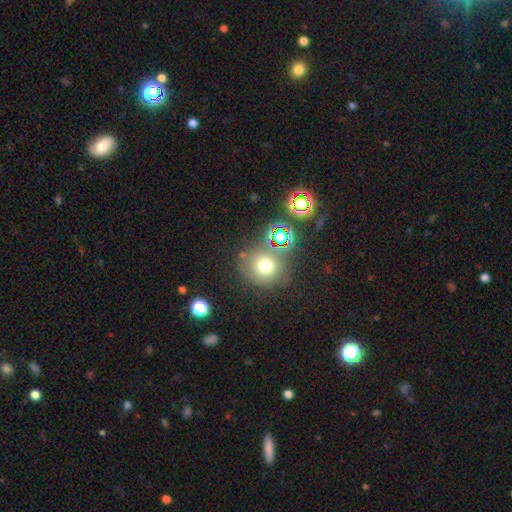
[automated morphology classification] Q: Smooth or featured?
A: smooth (57%); runner-up: star or artifact (33%)
Q: How rounded?
A: round (91%); runner-up: in between (8%)
Q: Merging?
A: none (75%); runner-up: merger (11%)